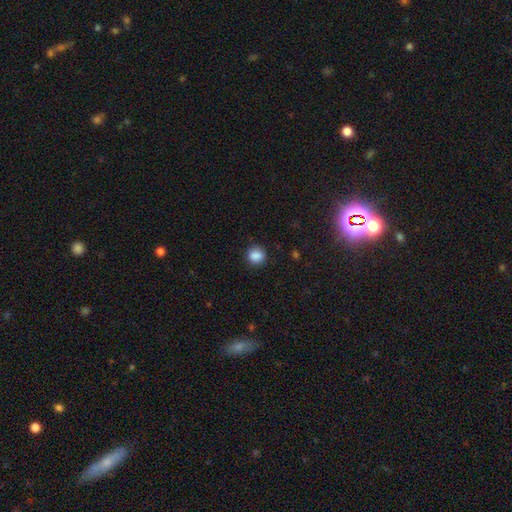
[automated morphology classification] smooth 87%, star or artifact 10%, featured or disk 3%. Down the decision tree: how rounded — round (83%); merging — none (86%).